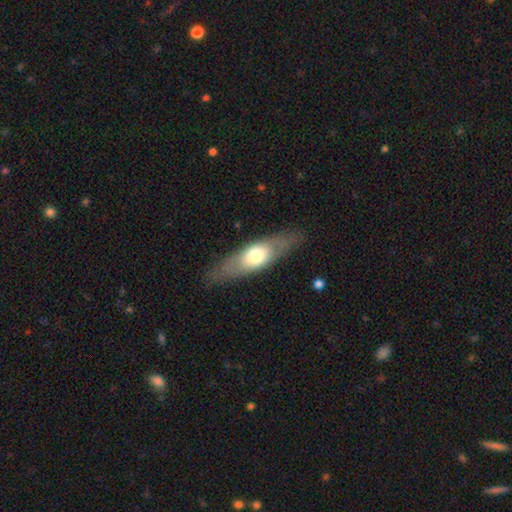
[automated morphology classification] A smooth galaxy with no disk features (52%) that is in between round and cigar-shaped (53%). Merging: none (81%).